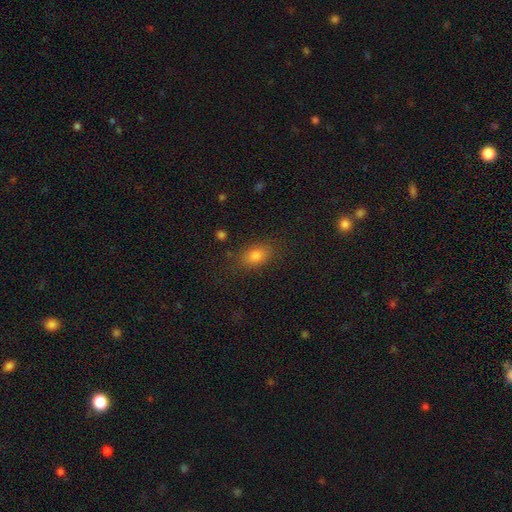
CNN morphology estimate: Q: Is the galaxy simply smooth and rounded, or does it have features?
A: smooth — 78%.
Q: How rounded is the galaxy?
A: in between — 78%.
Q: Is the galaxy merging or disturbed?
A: none — 81%.